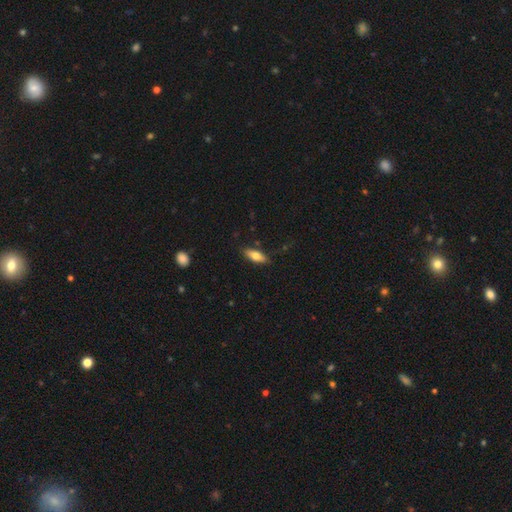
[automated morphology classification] A smooth galaxy with no disk features (68%) that is in between round and cigar-shaped (67%). Merging: none (83%).